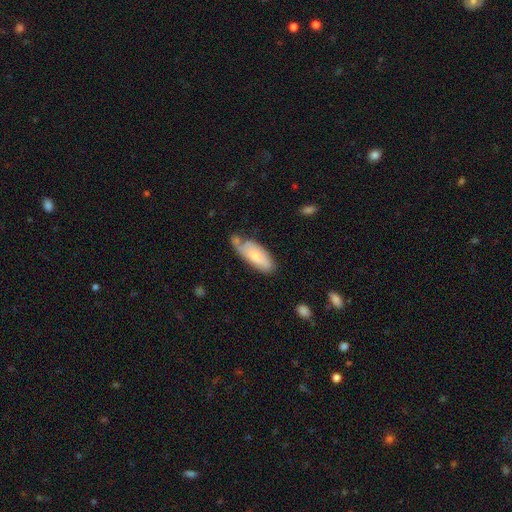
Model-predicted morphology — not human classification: Smooth or featured: smooth — 66% (featured or disk — 29%)
How rounded: in between — 80% (cigar-shaped — 18%)
Merging: none — 45% (minor disturbance — 30%)